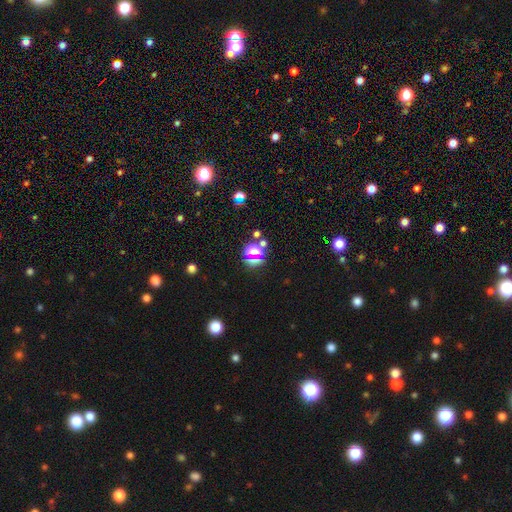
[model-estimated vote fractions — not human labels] star or artifact 62%, smooth 28%, featured or disk 10%.